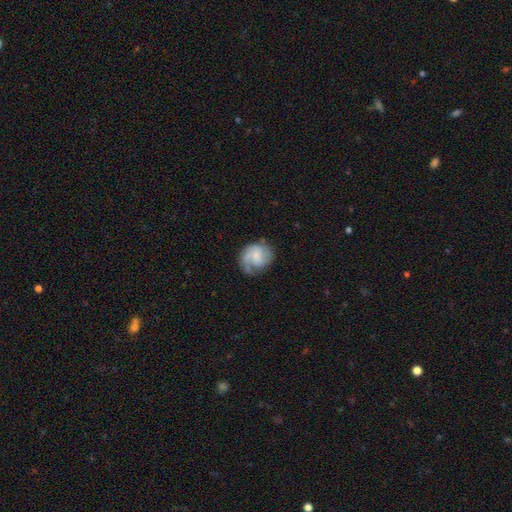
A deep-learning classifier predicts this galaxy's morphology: The model was most divided on "bulge size": small: 43%, none: 28%, moderate: 23%, large: 5%, dominant: 2%. More confident: edge-on disk — no (98%); spiral arms — yes (83%); bar — no (59%); smooth or featured — featured or disk (55%); merging — none (53%).